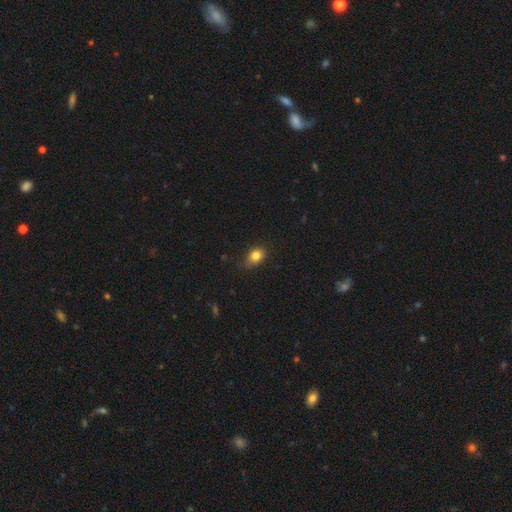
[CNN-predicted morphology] type=smooth (83%); roundness=in between (63%); merging=none (70%).